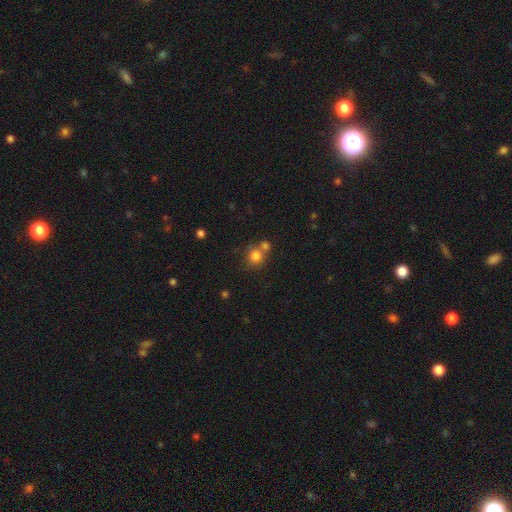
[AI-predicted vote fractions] A smooth galaxy with no disk features (80%) that is round (87%). Merging: none (52%).